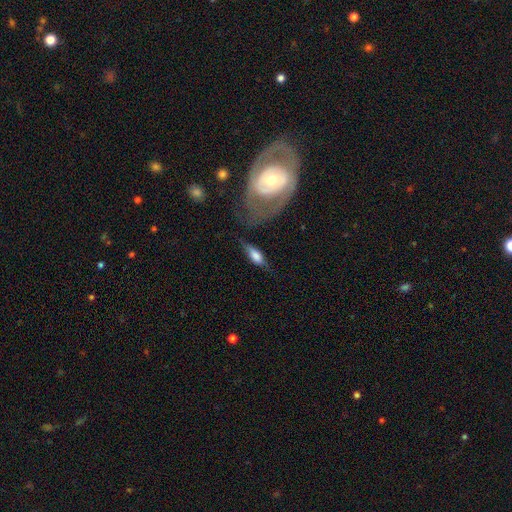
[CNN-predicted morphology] This is possibly a smooth galaxy (57%). How rounded: likely in between (64%). Merging: possibly none (58%).